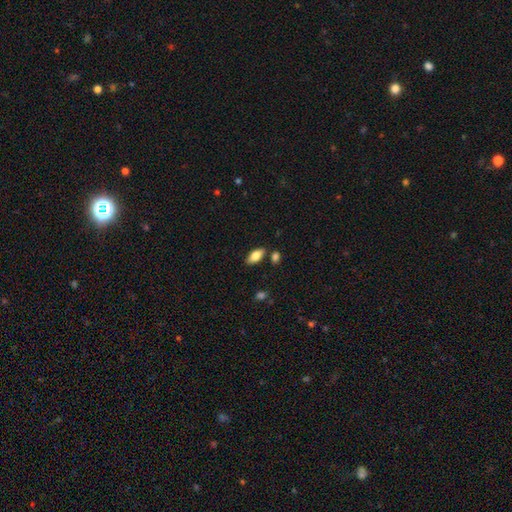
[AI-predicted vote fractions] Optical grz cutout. It shows a smooth galaxy with no disk features (82%) that is in between round and cigar-shaped (90%). Merging: none (82%).